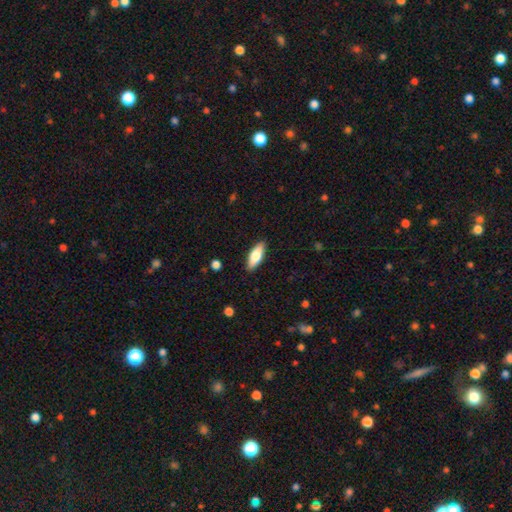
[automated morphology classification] Q: Smooth or featured?
A: smooth (75%); runner-up: featured or disk (19%)
Q: How rounded?
A: in between (68%); runner-up: cigar-shaped (30%)
Q: Merging?
A: none (89%); runner-up: minor disturbance (8%)